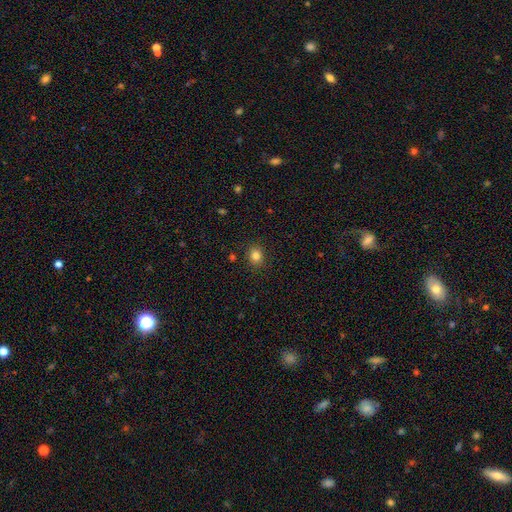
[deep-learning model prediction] Smooth or featured? smooth (83%)
How rounded? round (70%)
Merging? none (89%)